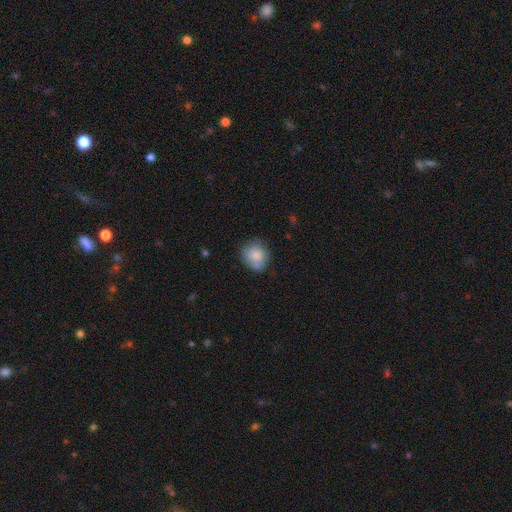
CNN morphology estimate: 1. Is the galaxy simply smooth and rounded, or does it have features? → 79% smooth, 13% featured or disk, 8% star or artifact.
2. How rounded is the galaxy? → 78% round, 21% in between, 1% cigar-shaped.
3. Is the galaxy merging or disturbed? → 64% none, 23% minor disturbance, 7% merger, 6% major disturbance.